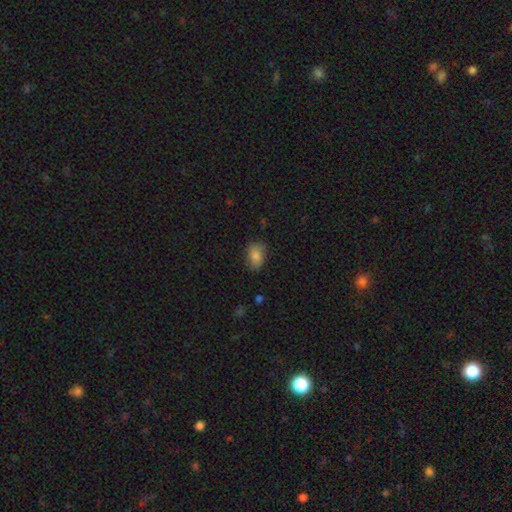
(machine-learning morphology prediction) smooth_or_featured: smooth (p=0.81) [alt: featured or disk p=0.10]
how_rounded: in between (p=0.85) [alt: round p=0.14]
merging: none (p=0.75) [alt: minor disturbance p=0.20]